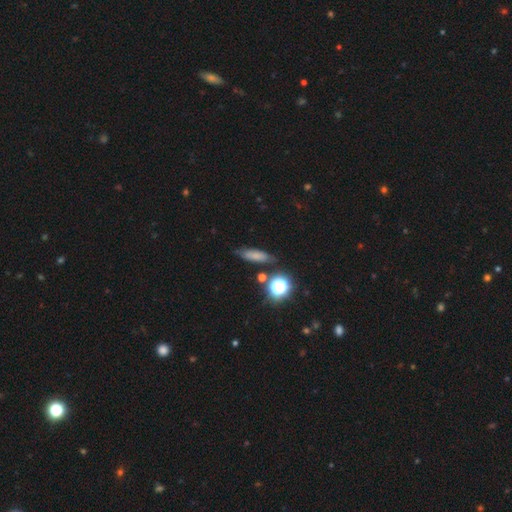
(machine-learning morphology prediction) A smooth galaxy with no disk features (66%) that is cigar-shaped (47%). Merging: none (74%).